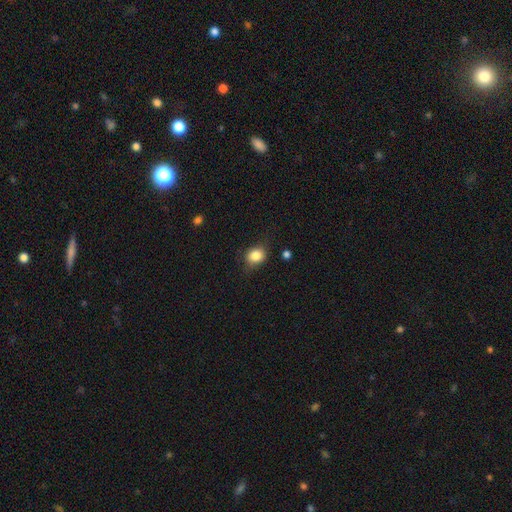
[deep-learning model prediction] This is clearly a smooth galaxy (83%). How rounded: likely round (60%). Merging: likely none (71%).